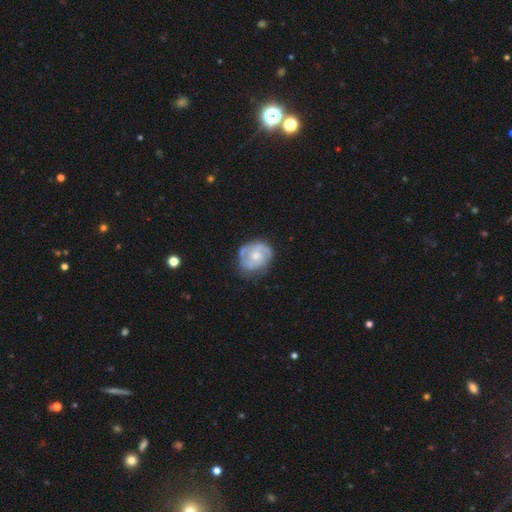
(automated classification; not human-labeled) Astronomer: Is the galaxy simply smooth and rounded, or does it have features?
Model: featured or disk — 71%.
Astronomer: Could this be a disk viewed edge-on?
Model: no — 98%.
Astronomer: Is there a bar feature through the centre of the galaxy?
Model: no — 72%.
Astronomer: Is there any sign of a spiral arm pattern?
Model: yes — 83%.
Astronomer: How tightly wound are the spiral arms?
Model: tight — 49% (runner-up: medium, 38%).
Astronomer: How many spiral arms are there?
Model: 2 — 54%.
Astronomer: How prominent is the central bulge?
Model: moderate — 55% (runner-up: small, 34%).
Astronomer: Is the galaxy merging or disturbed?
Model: none — 64%.